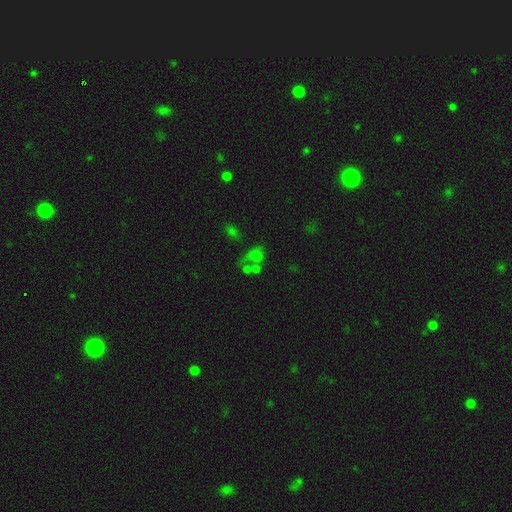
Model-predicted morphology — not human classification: The model was most divided on "smooth or featured": smooth: 49%, star or artifact: 29%, featured or disk: 22%. Remaining: merging — merger (47%).